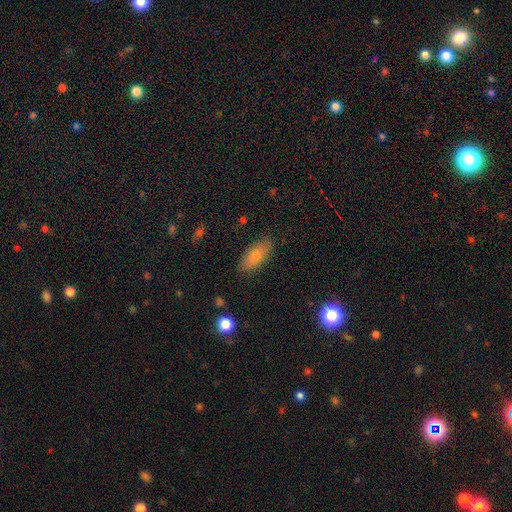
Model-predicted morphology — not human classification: This is likely a smooth galaxy (71%). How rounded: clearly in between (84%). Merging: clearly none (86%).